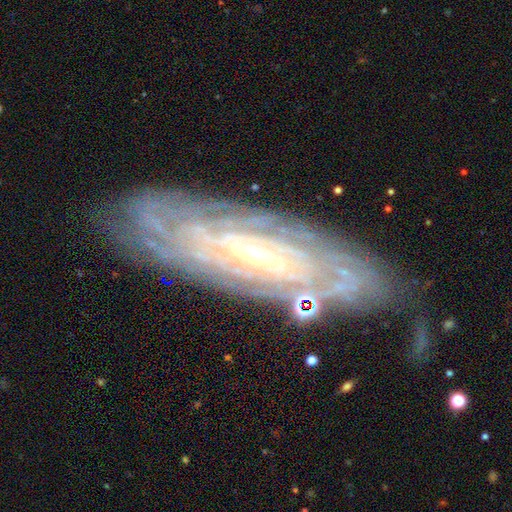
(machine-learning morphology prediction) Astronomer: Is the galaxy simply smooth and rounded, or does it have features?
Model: featured or disk — 84%.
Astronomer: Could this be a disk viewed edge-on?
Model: no — 83%.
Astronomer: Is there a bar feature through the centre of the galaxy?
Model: weak — 40% (runner-up: strong, 30%).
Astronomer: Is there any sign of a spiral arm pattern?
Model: yes — 92%.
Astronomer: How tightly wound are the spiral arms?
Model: tight — 80%.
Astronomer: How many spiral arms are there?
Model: can't tell — 52%.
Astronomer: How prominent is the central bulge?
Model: small — 69%.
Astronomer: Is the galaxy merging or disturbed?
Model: none — 76%.